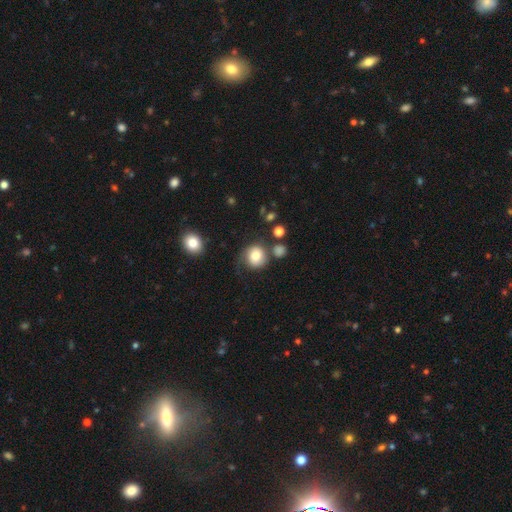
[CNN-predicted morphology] smooth-or-featured: smooth: 75% | featured or disk: 17% | star or artifact: 9%
  how-rounded: round: 86% | in between: 13% | cigar-shaped: 1%
  merging: none: 59% | minor disturbance: 21% | major disturbance: 12% | merger: 8%